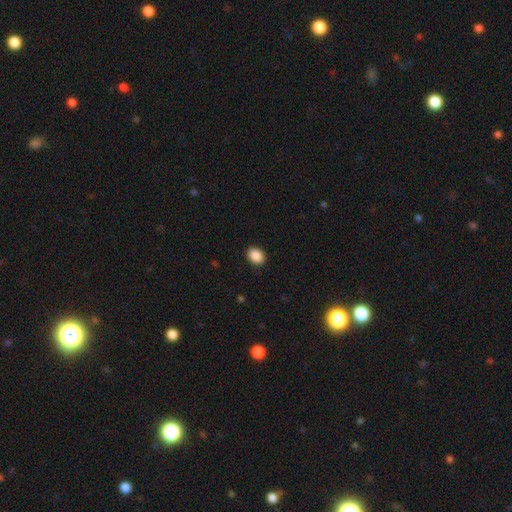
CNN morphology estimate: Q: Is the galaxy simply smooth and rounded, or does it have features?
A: smooth — 90%.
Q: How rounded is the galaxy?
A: in between — 65%.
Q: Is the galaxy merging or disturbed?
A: none — 90%.